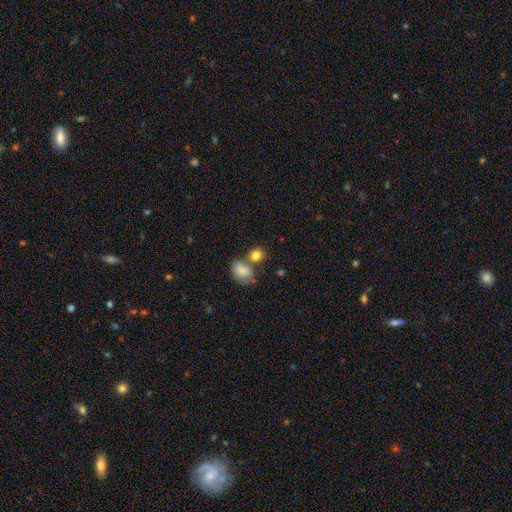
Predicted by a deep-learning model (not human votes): A smooth galaxy with no disk features (82%) that is round (63%). Merging: none (50%).